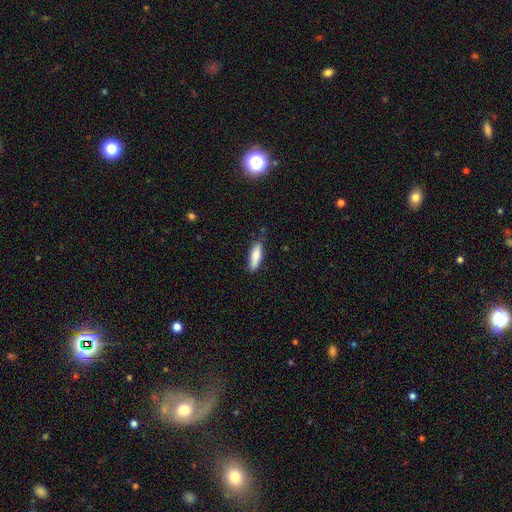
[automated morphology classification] Smooth or featured: smooth — 79% (featured or disk — 15%)
How rounded: cigar-shaped — 56% (in between — 42%)
Merging: none — 75% (minor disturbance — 20%)